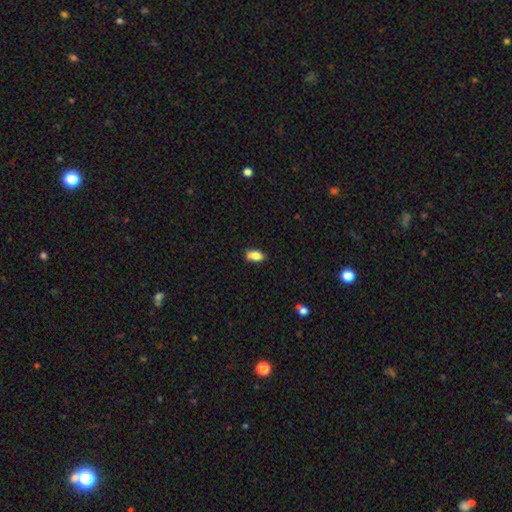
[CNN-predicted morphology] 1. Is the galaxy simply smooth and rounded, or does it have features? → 82% smooth, 10% featured or disk, 8% star or artifact.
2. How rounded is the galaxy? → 88% in between, 7% cigar-shaped, 5% round.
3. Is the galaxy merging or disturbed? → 76% none, 19% minor disturbance, 3% major disturbance, 2% merger.